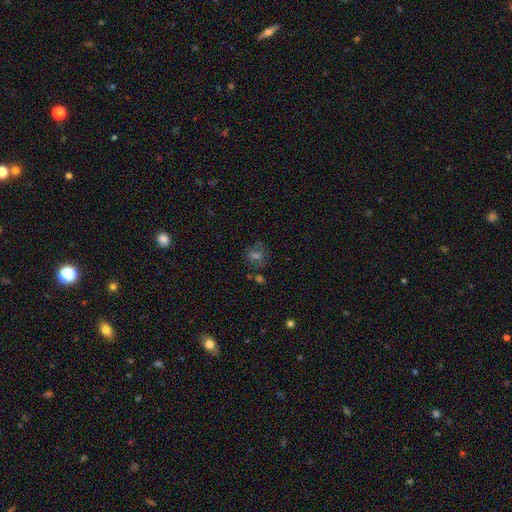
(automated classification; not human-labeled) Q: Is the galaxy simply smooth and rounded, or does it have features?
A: smooth — 42%.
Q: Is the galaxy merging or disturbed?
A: none — 72%.